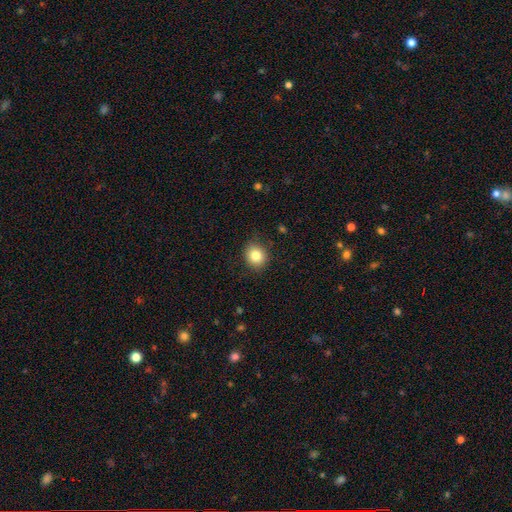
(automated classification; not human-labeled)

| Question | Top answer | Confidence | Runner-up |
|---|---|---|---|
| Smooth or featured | smooth | 83% | star or artifact (10%) |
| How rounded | round | 78% | in between (21%) |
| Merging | none | 86% | minor disturbance (10%) |